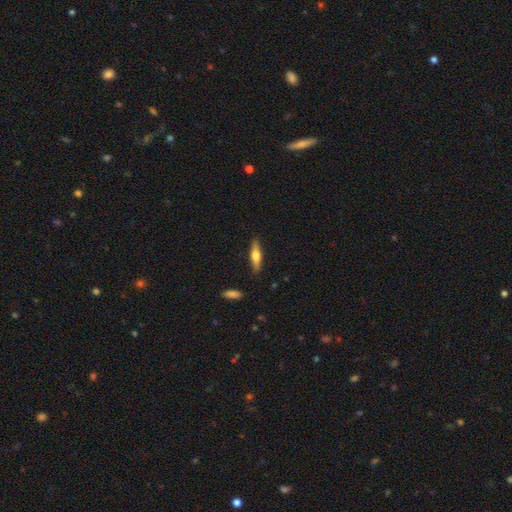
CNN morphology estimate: smooth 48%, featured or disk 46%, star or artifact 6%. Down the decision tree: merging — none (87%).